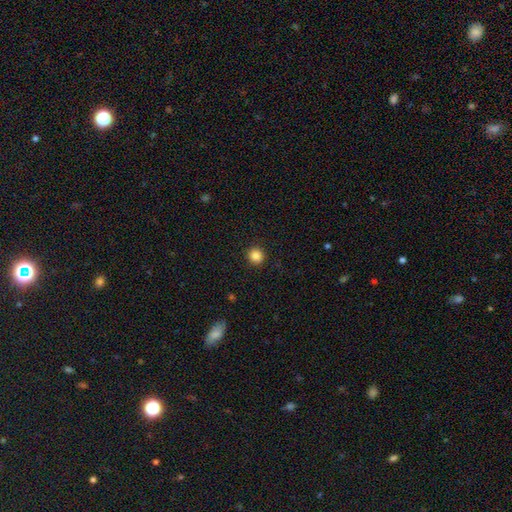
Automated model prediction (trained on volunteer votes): Smooth or featured? Predicted: smooth (p=0.85). How rounded? Predicted: round (p=0.92). Merging? Predicted: none (p=0.92).